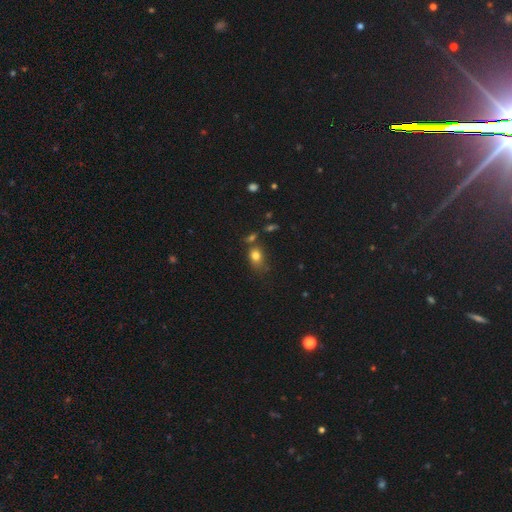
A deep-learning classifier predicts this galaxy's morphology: smooth 79%, star or artifact 12%, featured or disk 9%. Down the decision tree: how rounded — in between (64%); merging — none (48%).